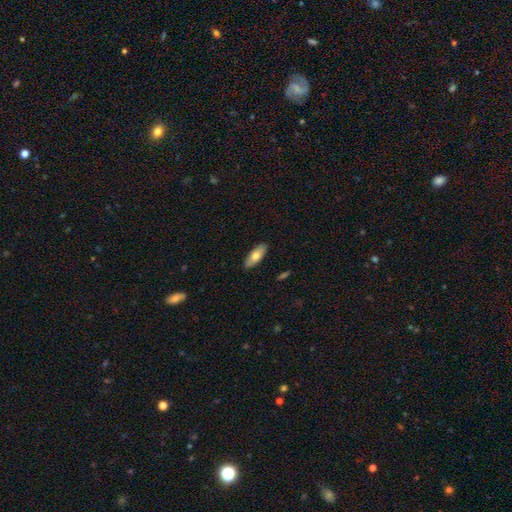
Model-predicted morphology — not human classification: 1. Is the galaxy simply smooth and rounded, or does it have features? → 71% smooth, 23% featured or disk, 6% star or artifact.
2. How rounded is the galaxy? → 77% in between, 21% cigar-shaped, 2% round.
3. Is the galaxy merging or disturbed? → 89% none, 8% minor disturbance, 2% major disturbance, 1% merger.